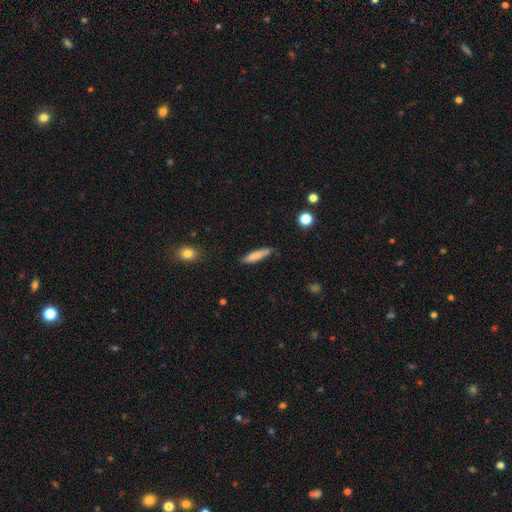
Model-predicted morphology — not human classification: Smooth or featured? Predicted: smooth (p=0.81). How rounded? Predicted: cigar-shaped (p=0.82). Merging? Predicted: none (p=0.82).